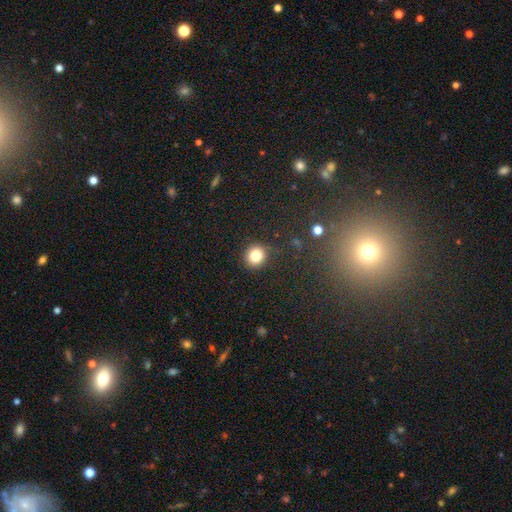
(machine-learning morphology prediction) A smooth galaxy with no disk features (83%) that is round (89%). Merging: none (90%).